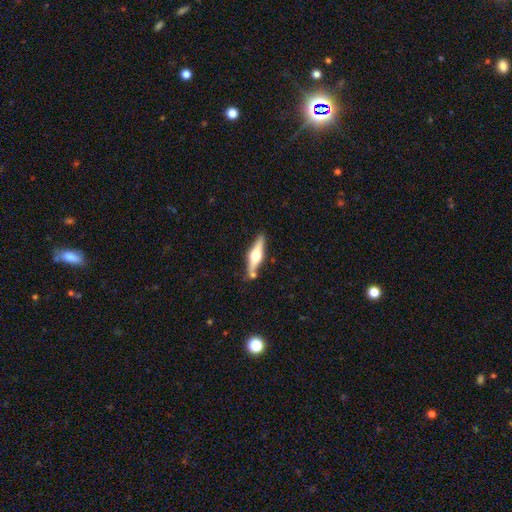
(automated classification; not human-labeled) This appears to be a featured or disk galaxy (63%) viewed edge-on (95%) with a rounded central bulge (93%). Merging: none (76%).